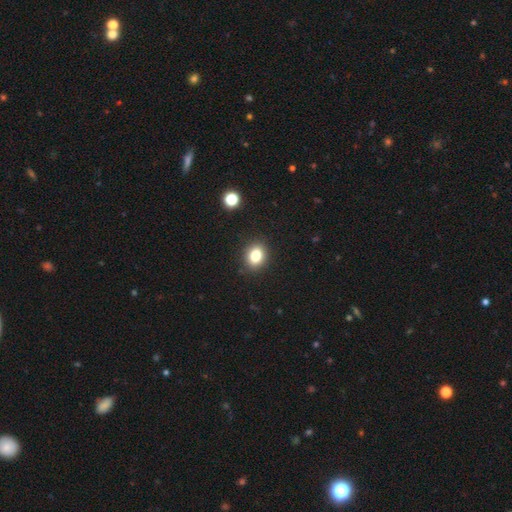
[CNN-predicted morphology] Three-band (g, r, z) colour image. It shows a smooth galaxy with no disk features (81%) that is round (50%). Merging: none (89%).